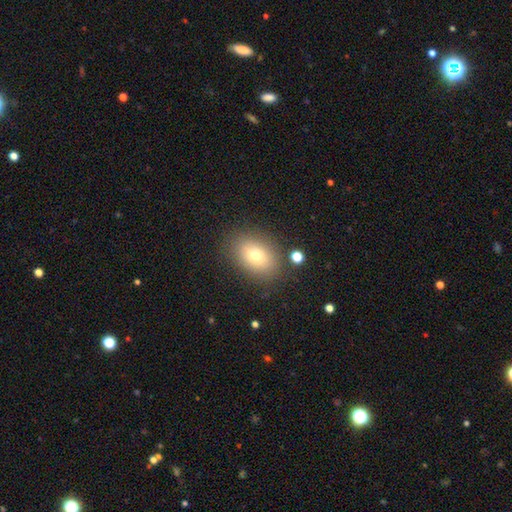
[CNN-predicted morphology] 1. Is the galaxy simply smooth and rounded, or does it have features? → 74% smooth, 14% featured or disk, 12% star or artifact.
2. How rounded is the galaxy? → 75% in between, 24% round, 1% cigar-shaped.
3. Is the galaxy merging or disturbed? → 83% none, 10% minor disturbance, 4% major disturbance, 3% merger.